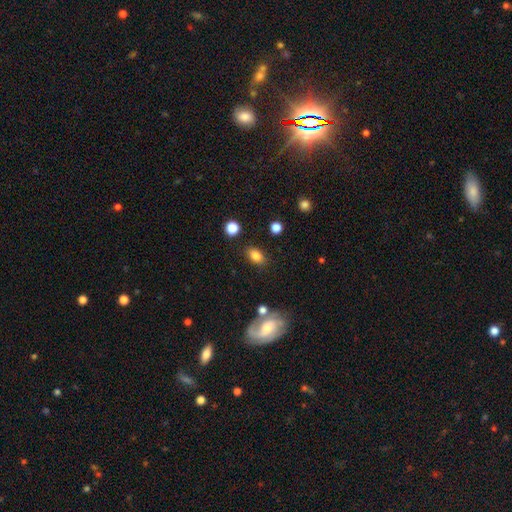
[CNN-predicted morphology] type=smooth (82%); roundness=in between (81%); merging=none (83%).